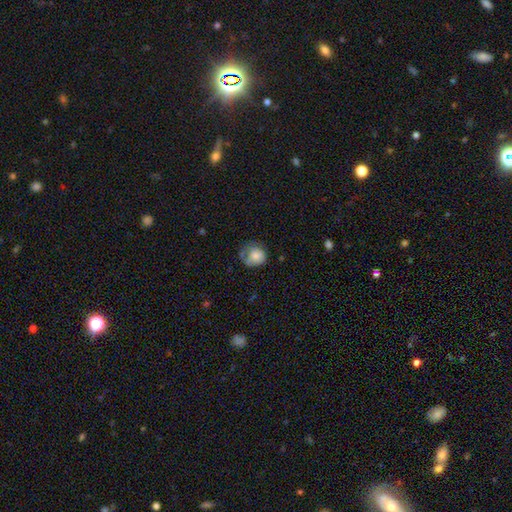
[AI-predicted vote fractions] Q: Smooth or featured?
A: smooth (75%); runner-up: featured or disk (17%)
Q: How rounded?
A: round (76%); runner-up: in between (23%)
Q: Merging?
A: none (43%); runner-up: minor disturbance (34%)